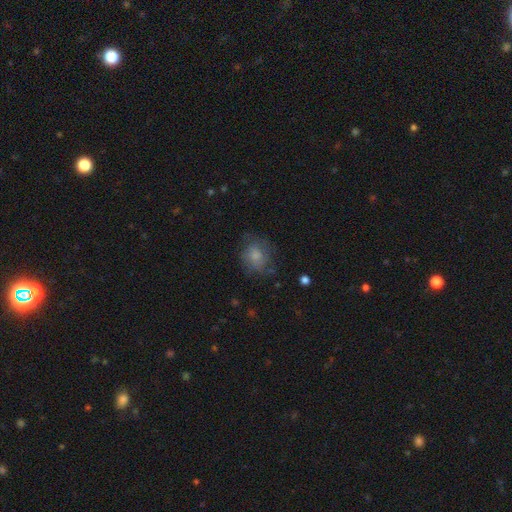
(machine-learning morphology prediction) Smooth or featured?
  - smooth: 71% *
  - featured or disk: 20%
  - star or artifact: 9%
How rounded?
  - round: 67% *
  - in between: 32%
  - cigar-shaped: 1%
Merging?
  - none: 62% *
  - minor disturbance: 24%
  - major disturbance: 13%
  - merger: 2%